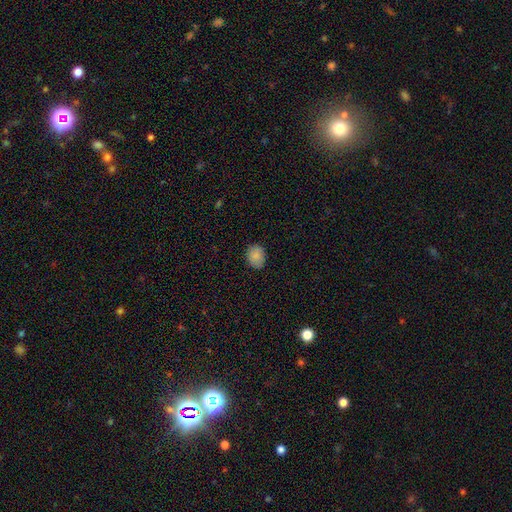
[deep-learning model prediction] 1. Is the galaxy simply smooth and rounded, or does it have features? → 87% smooth, 9% star or artifact, 4% featured or disk.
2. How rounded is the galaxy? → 58% in between, 41% round, 1% cigar-shaped.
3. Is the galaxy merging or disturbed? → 84% none, 13% minor disturbance, 2% major disturbance, 1% merger.